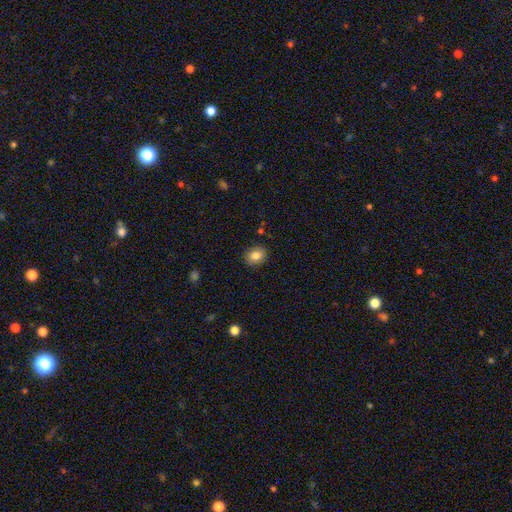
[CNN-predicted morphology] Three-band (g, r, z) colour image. It shows a smooth galaxy with no disk features (82%) that is round (54%). Merging: none (88%).